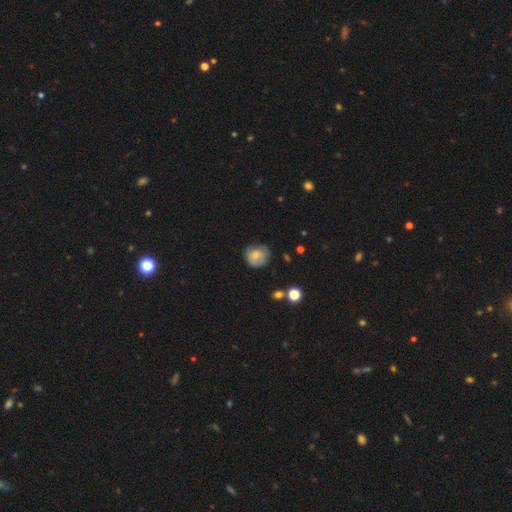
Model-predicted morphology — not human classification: Smooth or featured?
  - smooth: 63% *
  - featured or disk: 28%
  - star or artifact: 9%
How rounded?
  - round: 79% *
  - in between: 20%
  - cigar-shaped: 1%
Merging?
  - none: 60% *
  - minor disturbance: 30%
  - major disturbance: 8%
  - merger: 2%